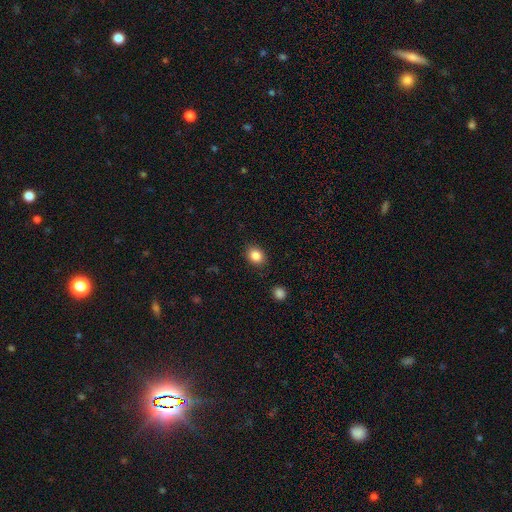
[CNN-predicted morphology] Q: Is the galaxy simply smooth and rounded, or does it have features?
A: smooth — 86%.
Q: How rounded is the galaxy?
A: in between — 50%.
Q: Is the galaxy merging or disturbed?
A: none — 87%.